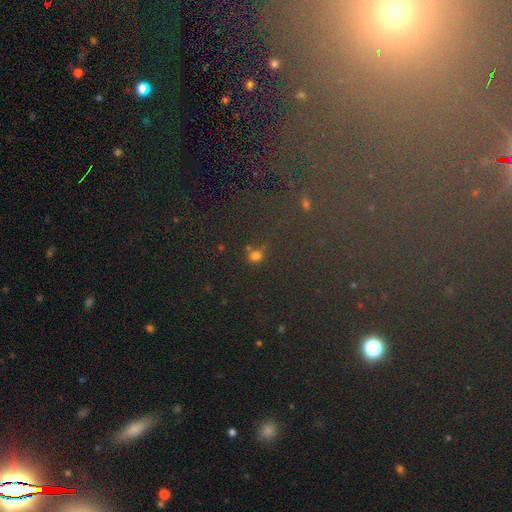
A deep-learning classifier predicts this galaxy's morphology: This is likely a smooth galaxy (66%). How rounded: clearly round (85%). Merging: likely none (69%).